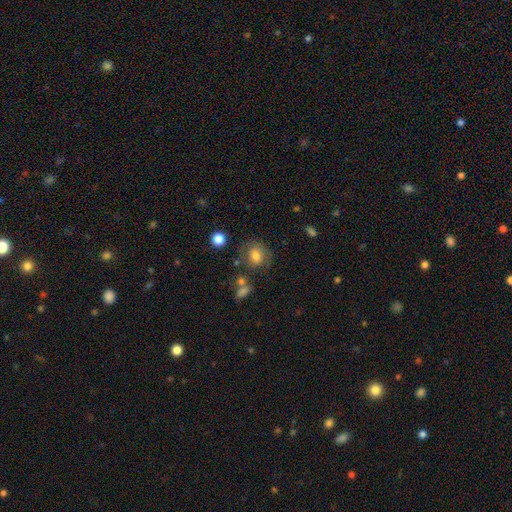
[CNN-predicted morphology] smooth_or_featured: smooth (p=0.67) [alt: featured or disk p=0.22]
how_rounded: round (p=0.66) [alt: in between p=0.33]
merging: none (p=0.63) [alt: minor disturbance p=0.20]